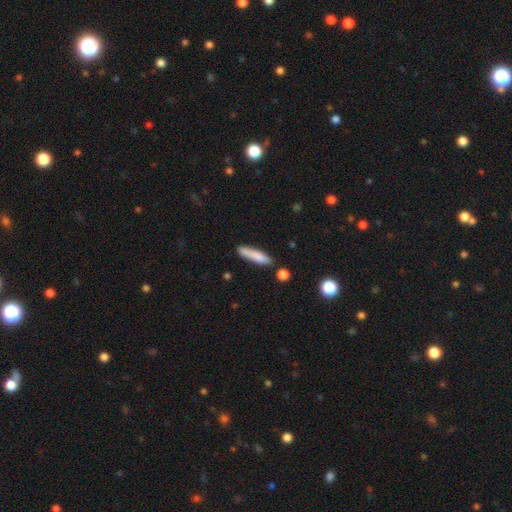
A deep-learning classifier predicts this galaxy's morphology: Q: Smooth or featured?
A: smooth (81%); runner-up: featured or disk (13%)
Q: How rounded?
A: cigar-shaped (83%); runner-up: in between (16%)
Q: Merging?
A: none (75%); runner-up: minor disturbance (16%)